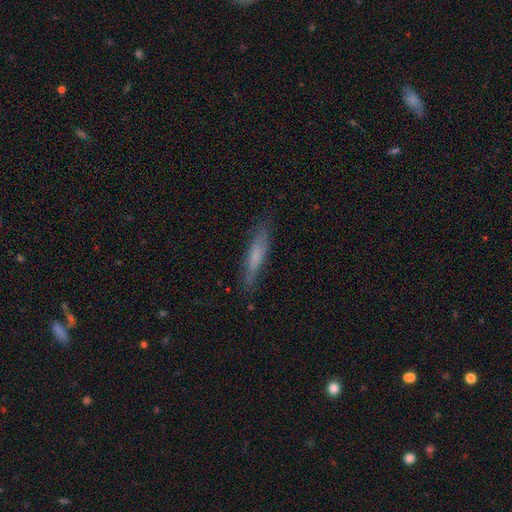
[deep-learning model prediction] A smooth galaxy with no disk features (57%) that is cigar-shaped (88%).

Vote fractions:
- Smooth or featured? smooth: 57% / featured or disk: 35% / star or artifact: 8%
- How rounded? cigar-shaped: 88% / in between: 10% / round: 1%
- Merging? none: 81% / minor disturbance: 14% / major disturbance: 3% / merger: 1%